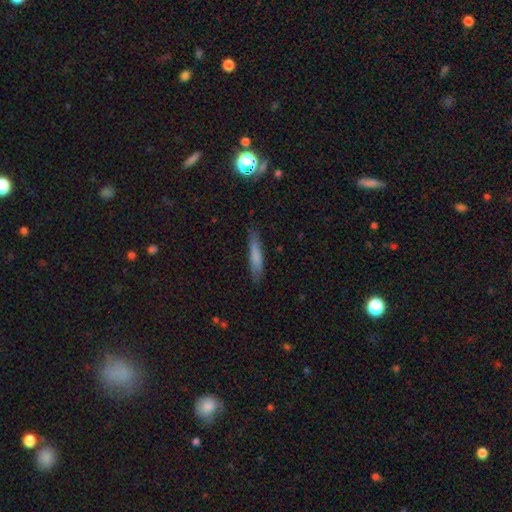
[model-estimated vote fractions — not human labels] smooth 73%, featured or disk 19%, star or artifact 8%. Down the decision tree: how rounded — cigar-shaped (88%); merging — none (82%).